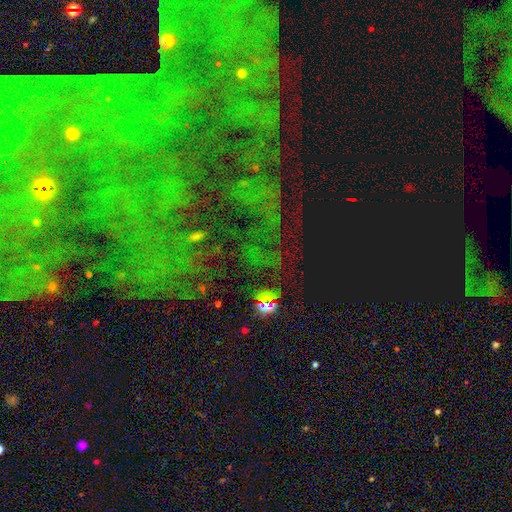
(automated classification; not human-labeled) The model was most divided on "smooth or featured": star or artifact: 71%, smooth: 15%, featured or disk: 14%.